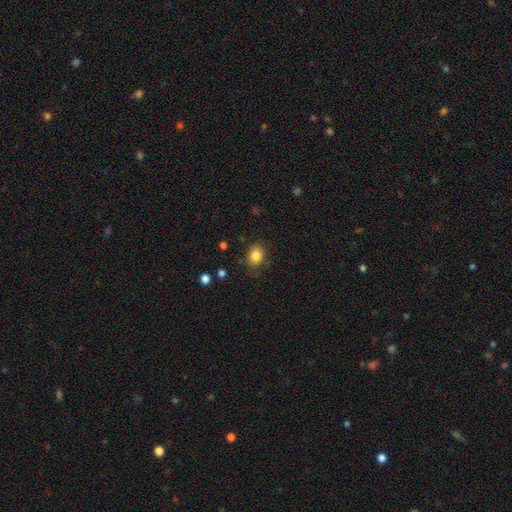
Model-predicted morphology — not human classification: A smooth galaxy with no disk features (84%) that is round (51%).

Vote fractions:
- Smooth or featured? smooth: 84% / star or artifact: 10% / featured or disk: 6%
- How rounded? round: 51% / in between: 48% / cigar-shaped: 1%
- Merging? none: 81% / minor disturbance: 14% / major disturbance: 3% / merger: 2%